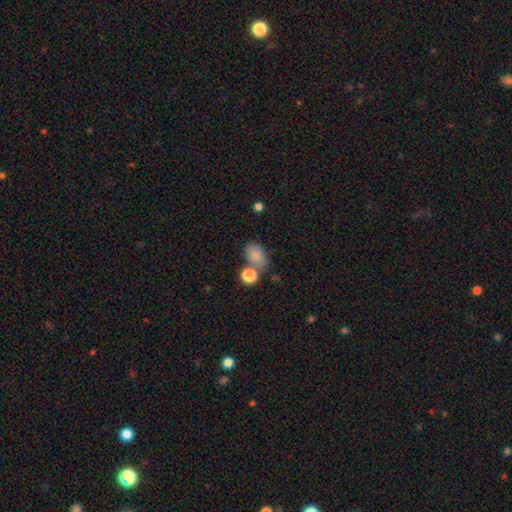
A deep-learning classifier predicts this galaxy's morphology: Smooth or featured? smooth (81%)
How rounded? in between (83%)
Merging? none (55%)